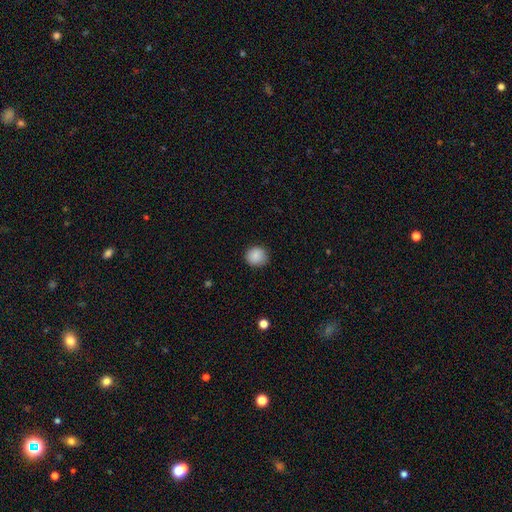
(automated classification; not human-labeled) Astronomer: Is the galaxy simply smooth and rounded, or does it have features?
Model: smooth — 88%.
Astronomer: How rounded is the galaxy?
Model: round — 85%.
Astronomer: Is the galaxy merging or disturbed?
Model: none — 86%.